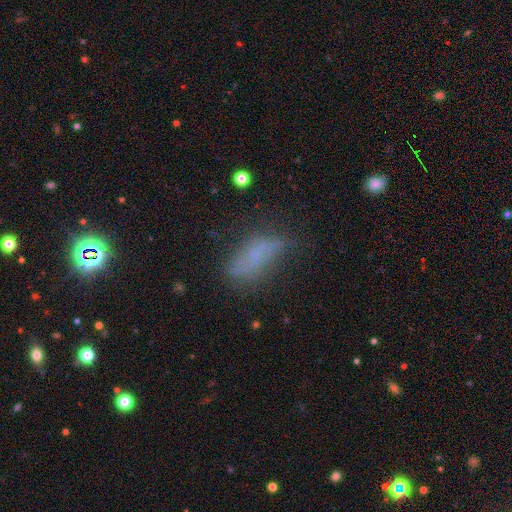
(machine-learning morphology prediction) The model was most divided on "merging": none: 47%, minor disturbance: 30%, major disturbance: 20%, merger: 3%. More confident: how rounded — in between (72%); smooth or featured — smooth (60%).